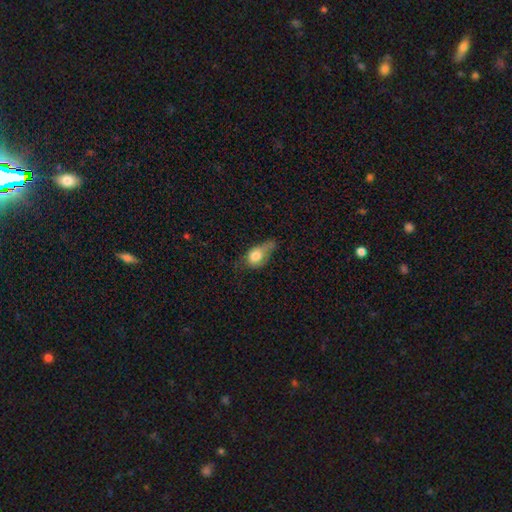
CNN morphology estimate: A smooth galaxy with no disk features (74%) that is in between round and cigar-shaped (75%).

Vote fractions:
- Smooth or featured? smooth: 74% / featured or disk: 18% / star or artifact: 8%
- How rounded? in between: 75% / round: 20% / cigar-shaped: 5%
- Merging? minor disturbance: 37% / major disturbance: 35% / none: 24% / merger: 5%